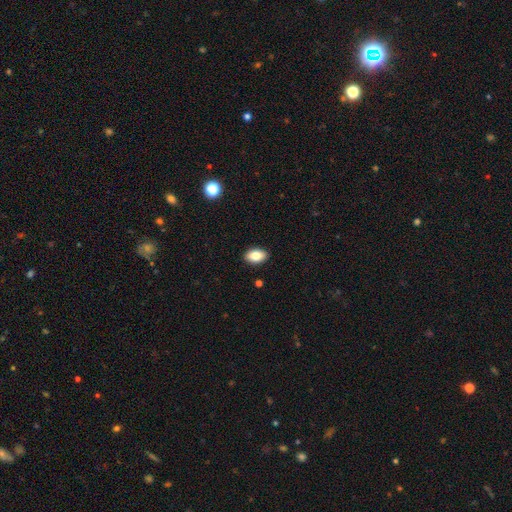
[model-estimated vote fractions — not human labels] This is clearly a smooth galaxy (83%). How rounded: clearly in between (90%). Merging: clearly none (90%).